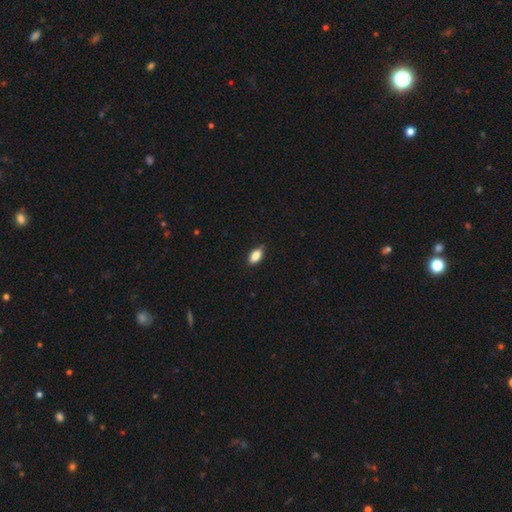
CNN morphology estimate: Overall: smooth (82%). How rounded: in between (89%). Merging: none (86%).